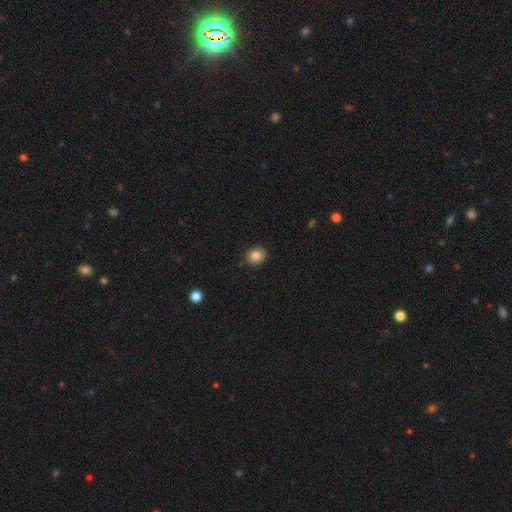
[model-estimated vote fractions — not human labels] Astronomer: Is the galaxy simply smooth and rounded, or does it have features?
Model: smooth — 85%.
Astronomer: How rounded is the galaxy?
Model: round — 72%.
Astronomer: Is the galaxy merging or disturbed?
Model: none — 87%.